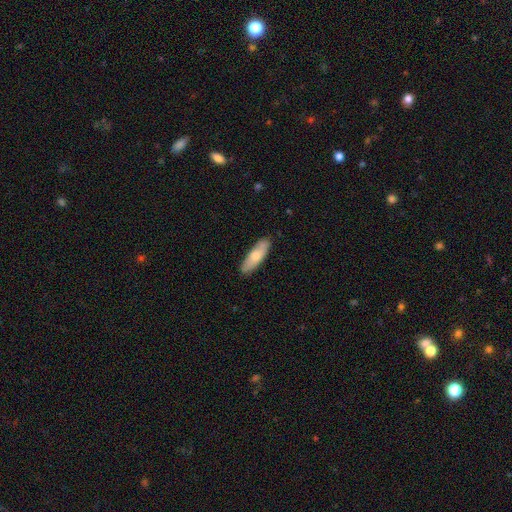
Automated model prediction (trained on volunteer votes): Overall: smooth (66%; featured or disk 28%). How rounded: cigar-shaped (51%; in between 47%). Merging: none (87%).